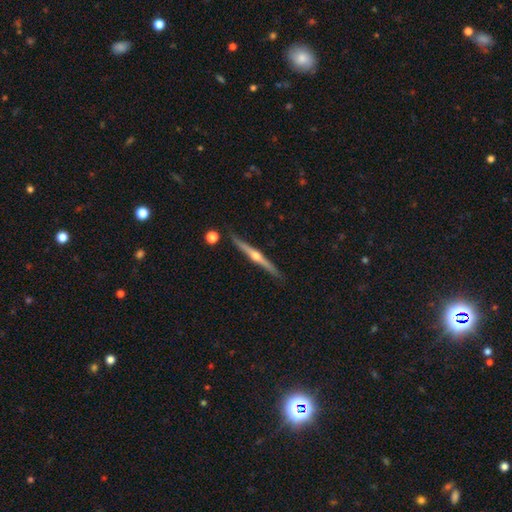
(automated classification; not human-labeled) Smooth or featured: featured or disk — 82% (smooth — 13%)
Edge-on disk: yes — 98% (no — 2%)
Edge-on bulge: rounded — 93% (none — 5%)
Merging: none — 89% (minor disturbance — 8%)